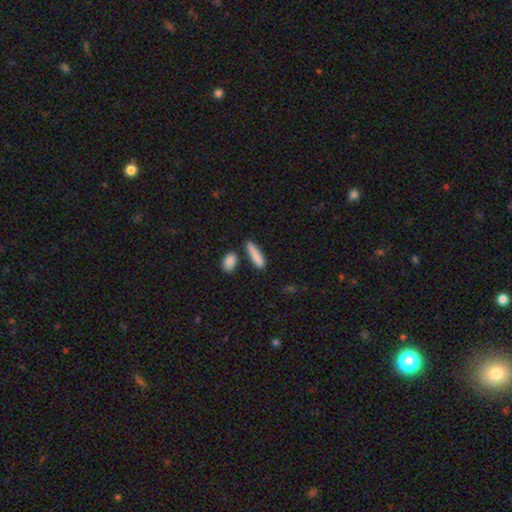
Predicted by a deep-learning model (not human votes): smooth-or-featured: smooth: 86% | featured or disk: 8% | star or artifact: 6%
  how-rounded: cigar-shaped: 73% | in between: 24% | round: 2%
  merging: none: 71% | minor disturbance: 15% | merger: 10% | major disturbance: 4%